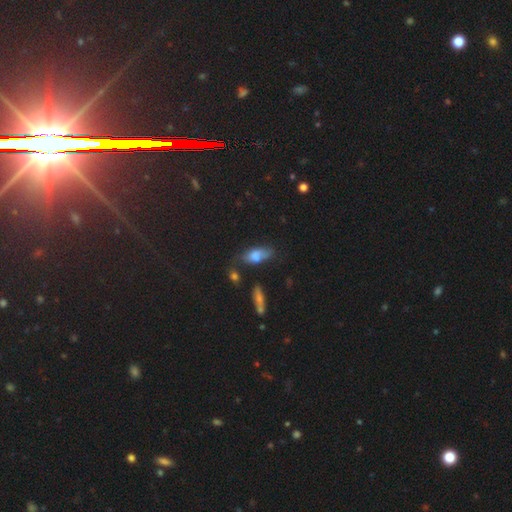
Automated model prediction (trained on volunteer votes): This is likely a smooth galaxy (71%). How rounded: clearly in between (82%). Merging: possibly none (48%).